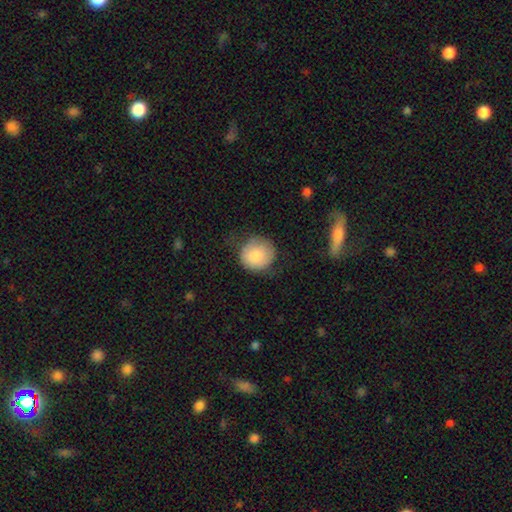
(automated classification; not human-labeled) Smooth or featured: smooth — 83% (featured or disk — 10%)
How rounded: round — 90% (in between — 9%)
Merging: none — 63% (minor disturbance — 26%)